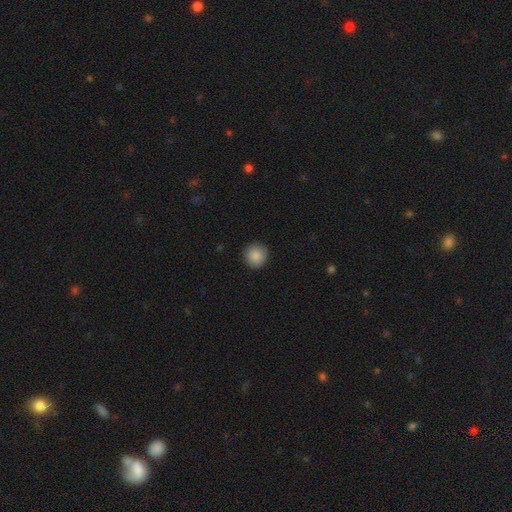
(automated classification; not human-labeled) Smooth or featured: smooth — 89% (star or artifact — 8%)
How rounded: round — 94% (in between — 5%)
Merging: none — 92% (minor disturbance — 6%)